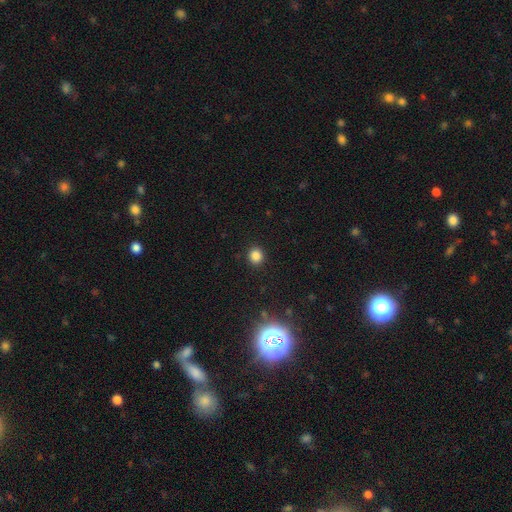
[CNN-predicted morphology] Smooth or featured? smooth (84%)
How rounded? round (86%)
Merging? none (91%)